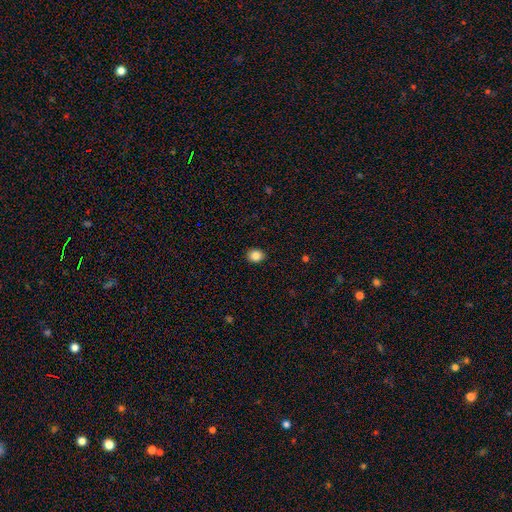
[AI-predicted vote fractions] Smooth or featured: smooth — 85% (star or artifact — 10%)
How rounded: round — 62% (in between — 37%)
Merging: none — 90% (minor disturbance — 7%)